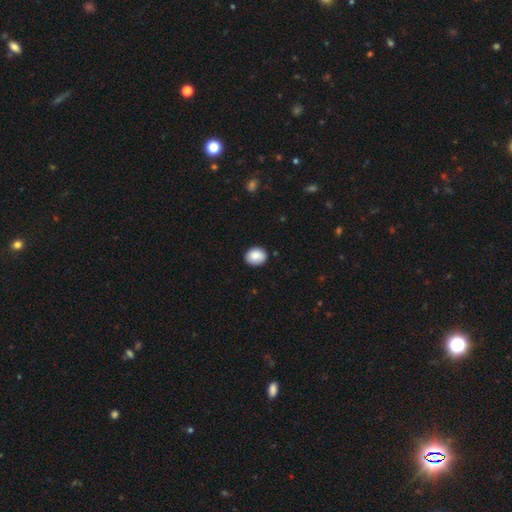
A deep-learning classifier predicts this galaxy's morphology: smooth_or_featured: smooth (p=0.87) [alt: star or artifact p=0.08]
how_rounded: round (p=0.58) [alt: in between p=0.41]
merging: none (p=0.86) [alt: minor disturbance p=0.11]